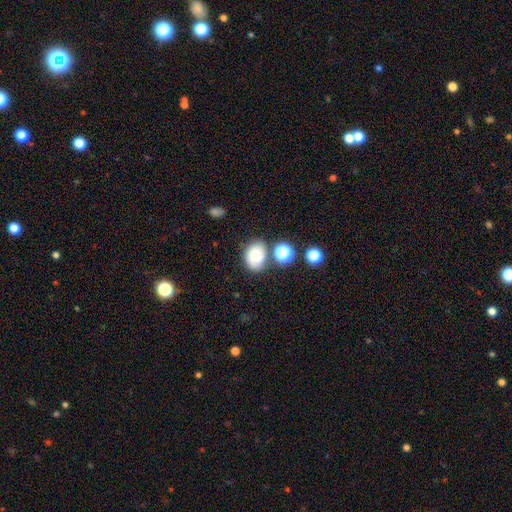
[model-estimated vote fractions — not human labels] smooth-or-featured: smooth: 76% | featured or disk: 13% | star or artifact: 11%
  how-rounded: in between: 67% | round: 32% | cigar-shaped: 1%
  merging: none: 64% | minor disturbance: 18% | merger: 12% | major disturbance: 6%